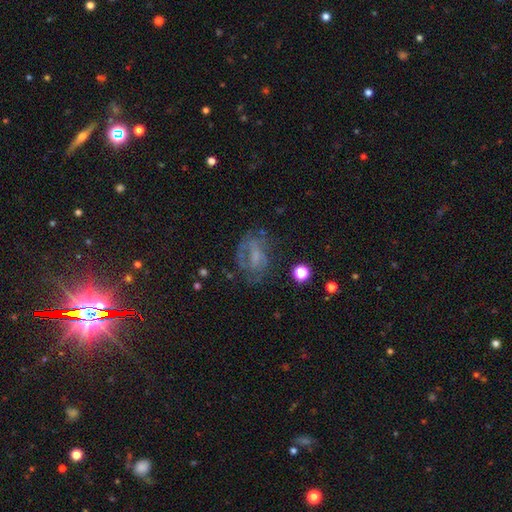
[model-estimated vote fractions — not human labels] Smooth or featured?
  - featured or disk: 52% *
  - smooth: 30%
  - star or artifact: 18%
Edge-on disk?
  - no: 96% *
  - yes: 4%
Bar?
  - no: 55% *
  - weak: 35%
  - strong: 10%
Spiral arms?
  - yes: 53% *
  - no: 47%
Bulge size?
  - none: 44% *
  - small: 30%
  - moderate: 20%
  - large: 4%
  - dominant: 1%
Merging?
  - none: 50% *
  - major disturbance: 24%
  - minor disturbance: 22%
  - merger: 3%